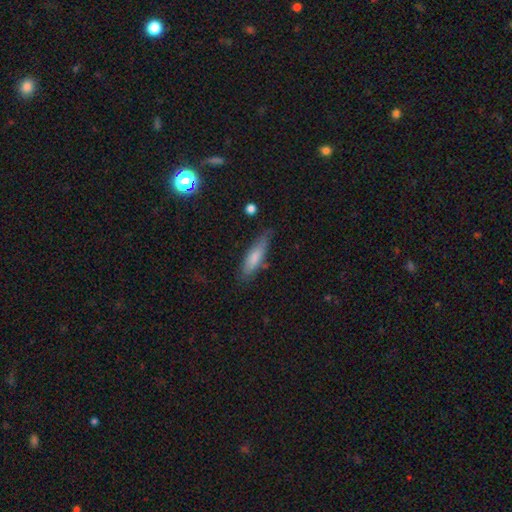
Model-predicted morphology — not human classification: Smooth or featured: smooth — 71% (featured or disk — 21%)
How rounded: cigar-shaped — 68% (in between — 30%)
Merging: none — 77% (minor disturbance — 17%)